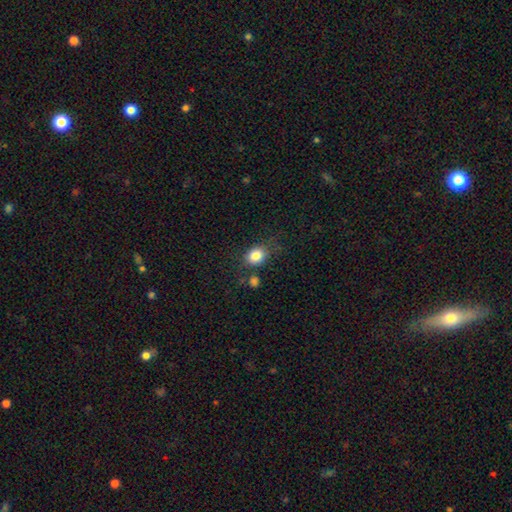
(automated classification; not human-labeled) This appears to be a smooth galaxy with no disk features (83%) that is round (56%). Merging: none (70%).